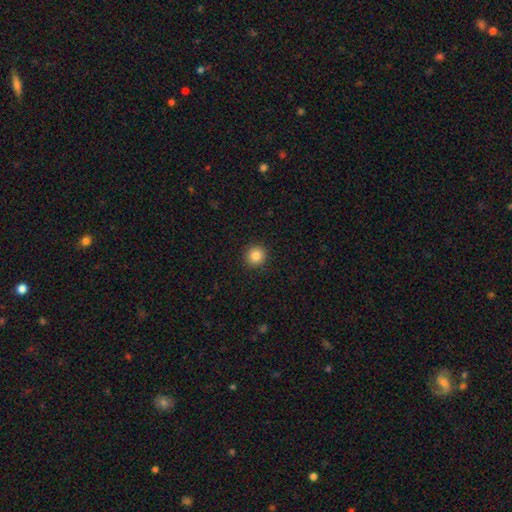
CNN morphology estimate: type=smooth (86%); roundness=round (93%); merging=none (93%).